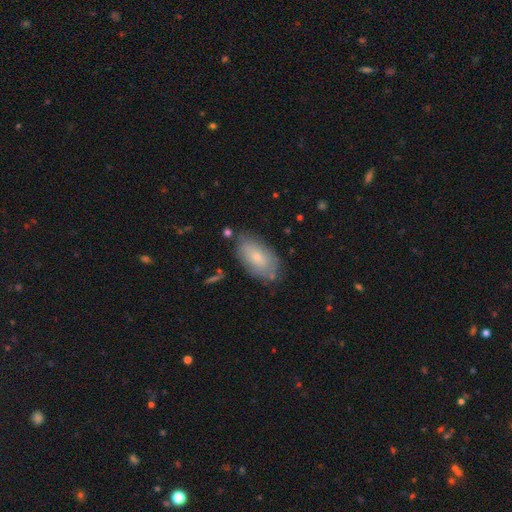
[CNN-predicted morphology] type=smooth (73%); roundness=in between (93%); merging=none (74%).